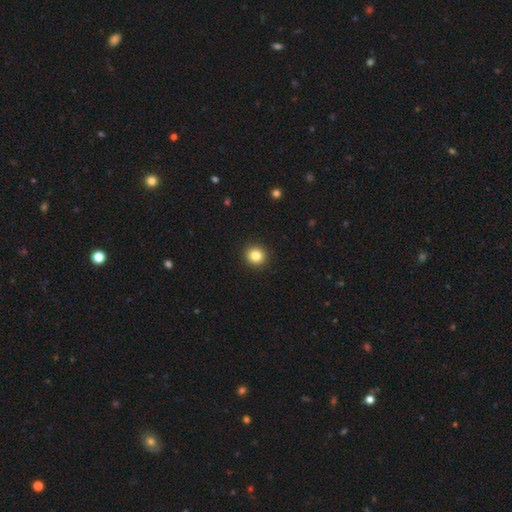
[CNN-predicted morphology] Overall: smooth (84%). How rounded: round (92%). Merging: none (93%).